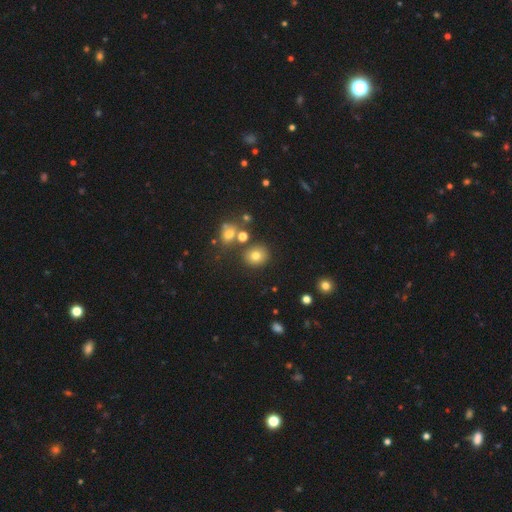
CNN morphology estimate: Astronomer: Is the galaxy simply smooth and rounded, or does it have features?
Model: smooth — 75%.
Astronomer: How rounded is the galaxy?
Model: round — 79%.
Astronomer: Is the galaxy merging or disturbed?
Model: none — 77%.